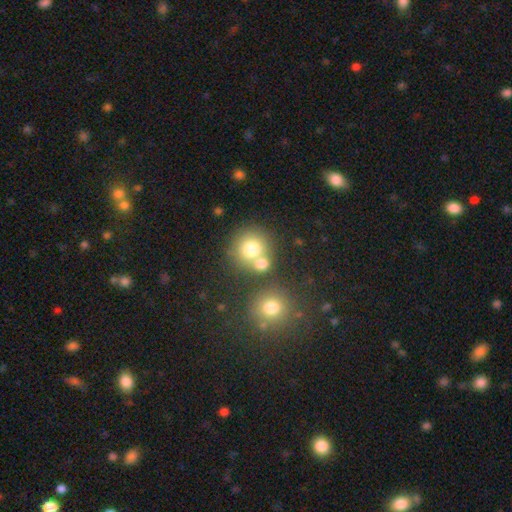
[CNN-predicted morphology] Smooth or featured? Predicted: smooth (p=0.73). How rounded? Predicted: round (p=0.88). Merging? Predicted: none (p=0.59).